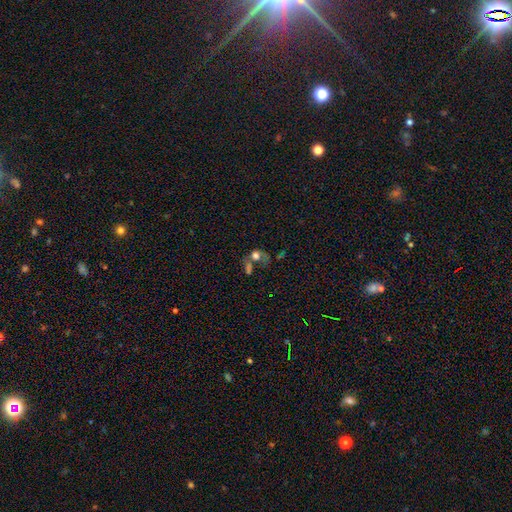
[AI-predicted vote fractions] The model was most divided on "how rounded": round: 53%, in between: 45%, cigar-shaped: 2%. Remaining: smooth or featured — smooth (57%); merging — merger (46%).